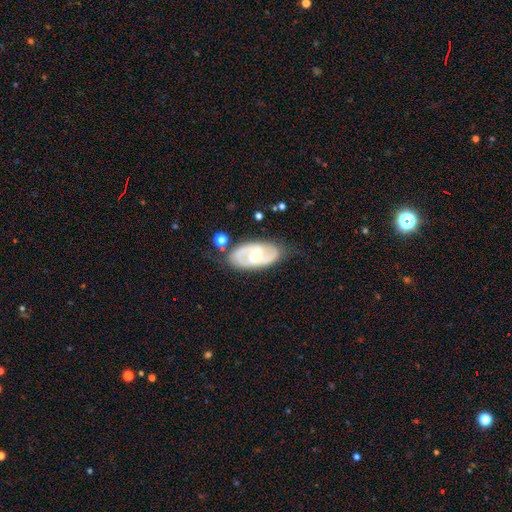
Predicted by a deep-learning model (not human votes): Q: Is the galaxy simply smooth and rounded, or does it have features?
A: featured or disk — 75%.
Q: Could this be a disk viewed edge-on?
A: no — 93%.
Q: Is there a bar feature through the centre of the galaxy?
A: weak — 43%.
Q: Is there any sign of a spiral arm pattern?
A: yes — 77%.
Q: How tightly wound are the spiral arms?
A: medium — 45%.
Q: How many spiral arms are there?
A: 2 — 79%.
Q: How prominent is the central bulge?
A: moderate — 51%.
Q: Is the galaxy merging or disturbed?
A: none — 72%.